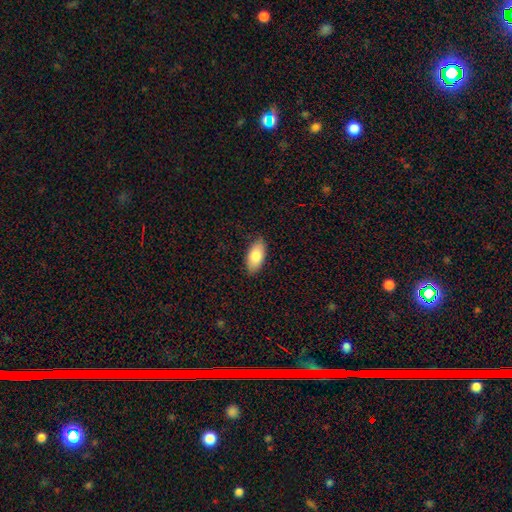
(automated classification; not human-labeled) A smooth galaxy with no disk features (84%) that is in between round and cigar-shaped (93%).

Vote fractions:
- Smooth or featured? smooth: 84% / featured or disk: 10% / star or artifact: 6%
- How rounded? in between: 93% / cigar-shaped: 5% / round: 2%
- Merging? none: 86% / minor disturbance: 11% / major disturbance: 2% / merger: 1%